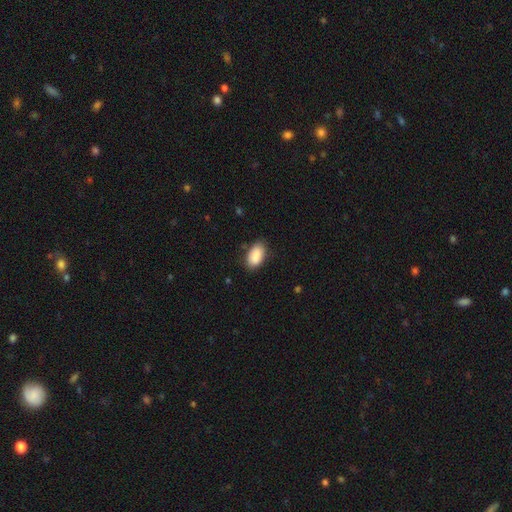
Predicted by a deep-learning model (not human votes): Smooth or featured? smooth (88%)
How rounded? in between (94%)
Merging? none (79%)